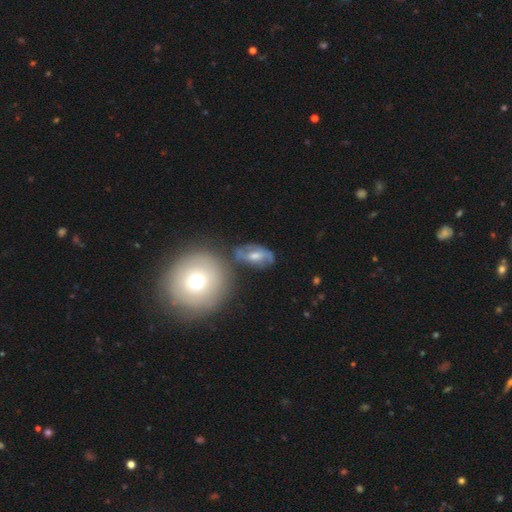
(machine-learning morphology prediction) Smooth or featured? Predicted: featured or disk (p=0.55). Edge-on disk? Predicted: no (p=0.92). Bar? Predicted: no (p=0.45). Spiral arms? Predicted: yes (p=0.63). Bulge size? Predicted: moderate (p=0.58). Merging? Predicted: none (p=0.48).